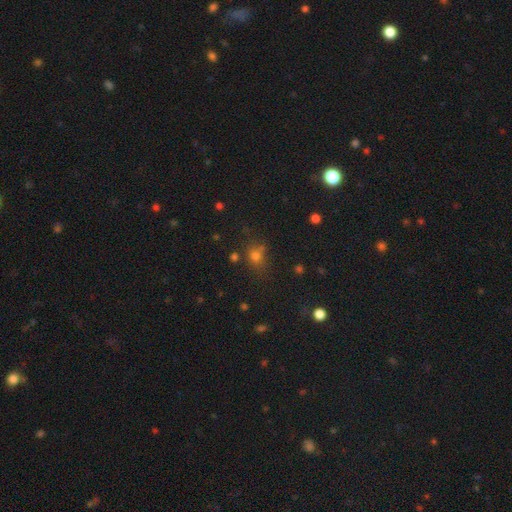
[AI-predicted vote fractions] Smooth or featured? smooth (67%)
How rounded? round (72%)
Merging? none (68%)